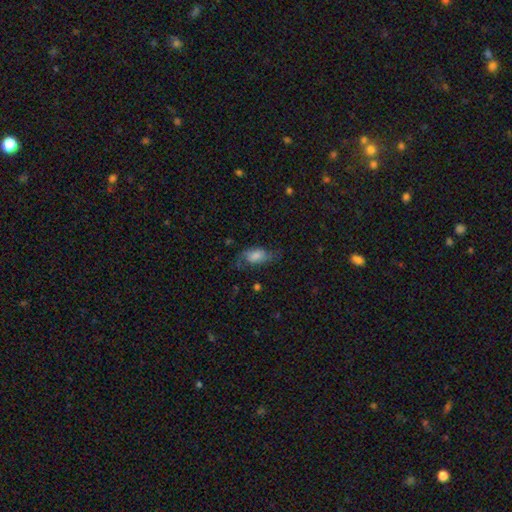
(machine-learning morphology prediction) Smooth or featured?
  - featured or disk: 49% *
  - smooth: 40%
  - star or artifact: 10%
Merging?
  - none: 62% *
  - minor disturbance: 22%
  - major disturbance: 14%
  - merger: 2%